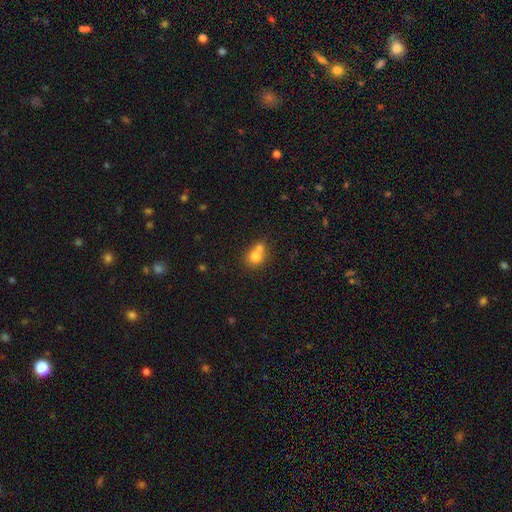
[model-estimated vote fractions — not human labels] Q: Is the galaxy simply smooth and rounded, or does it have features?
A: smooth — 74%.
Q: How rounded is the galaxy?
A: round — 75%.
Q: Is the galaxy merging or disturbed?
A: merger — 58%.